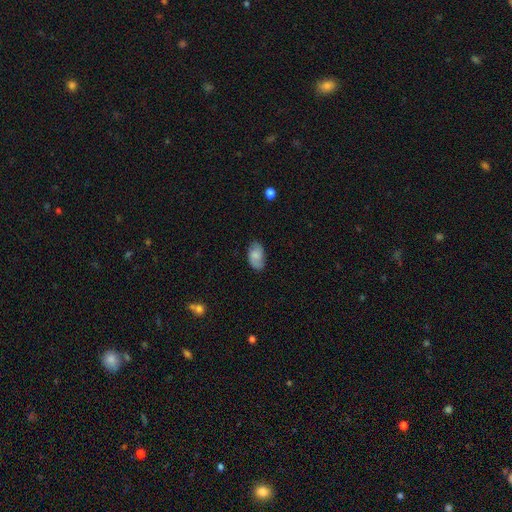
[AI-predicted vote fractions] Smooth or featured? smooth (71%)
How rounded? in between (93%)
Merging? none (75%)